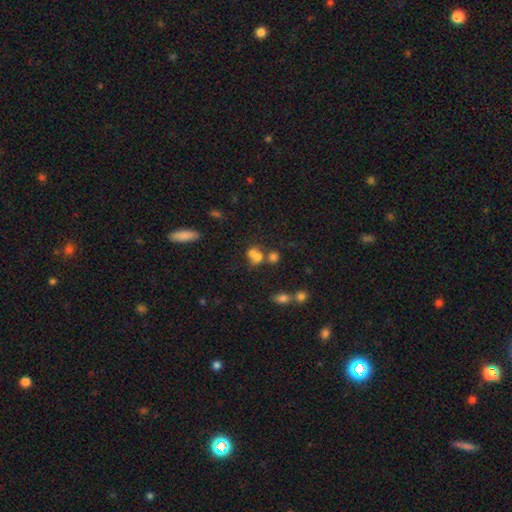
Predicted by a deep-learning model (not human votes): A smooth galaxy with no disk features (66%) that is round (65%). Merging: merger (59%).